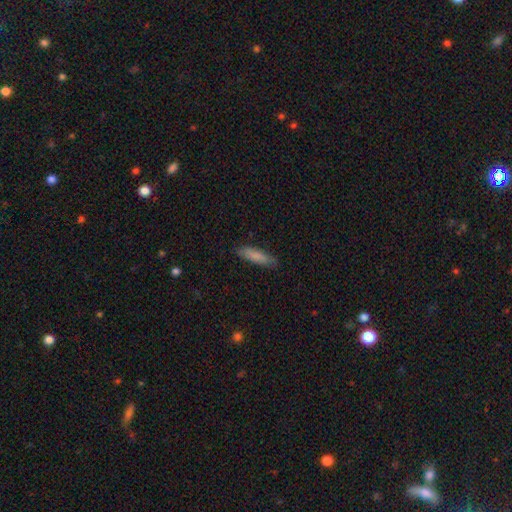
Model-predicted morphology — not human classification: Overall: smooth (83%). How rounded: cigar-shaped (72%). Merging: none (85%).